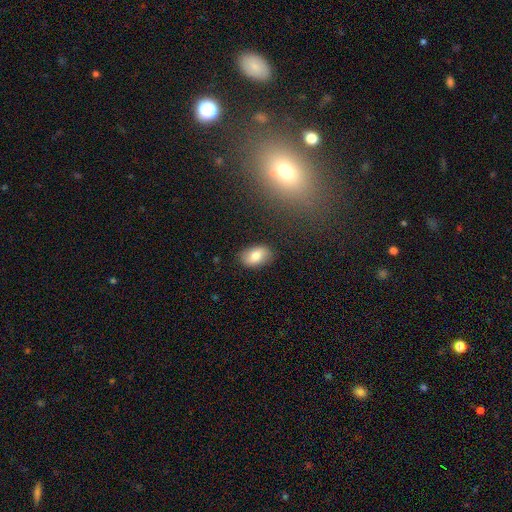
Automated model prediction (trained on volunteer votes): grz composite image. It shows a smooth galaxy with no disk features (79%) that is in between round and cigar-shaped (90%). Merging: none (85%).